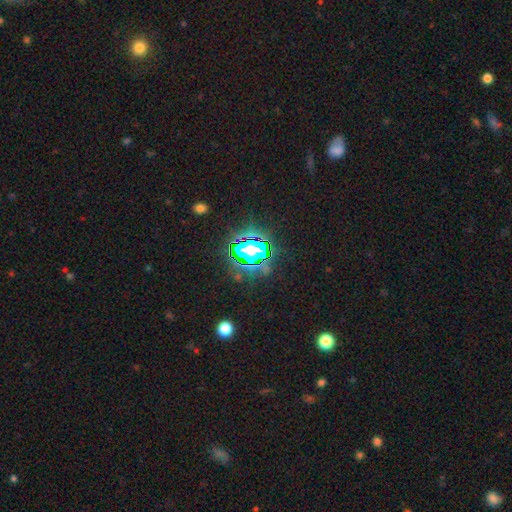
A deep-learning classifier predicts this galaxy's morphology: Smooth or featured? star or artifact (78%)